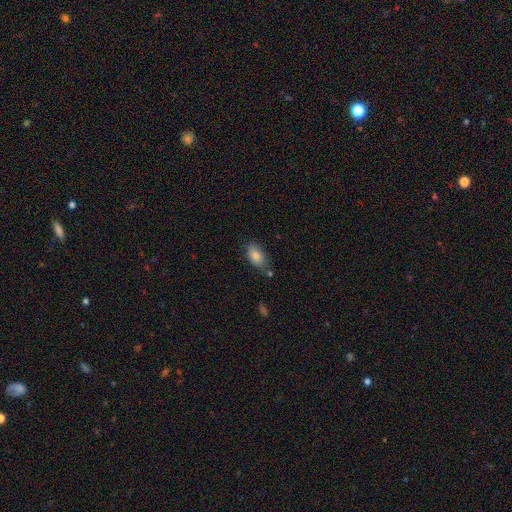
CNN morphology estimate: type=smooth (85%); roundness=in between (91%); merging=none (70%).